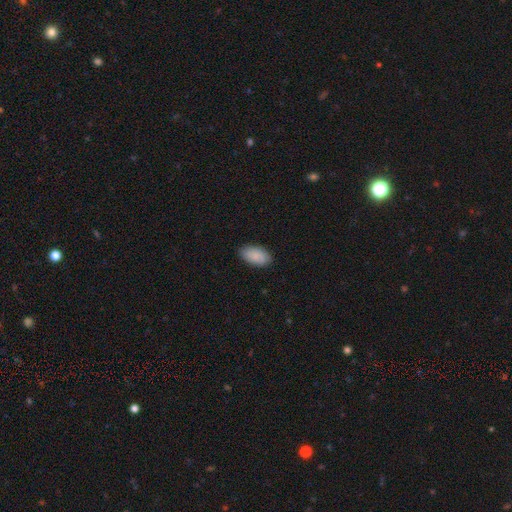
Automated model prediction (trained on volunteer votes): Smooth or featured?
  - smooth: 89% *
  - star or artifact: 6%
  - featured or disk: 5%
How rounded?
  - in between: 95% *
  - round: 3%
  - cigar-shaped: 2%
Merging?
  - none: 86% *
  - minor disturbance: 11%
  - major disturbance: 2%
  - merger: 1%